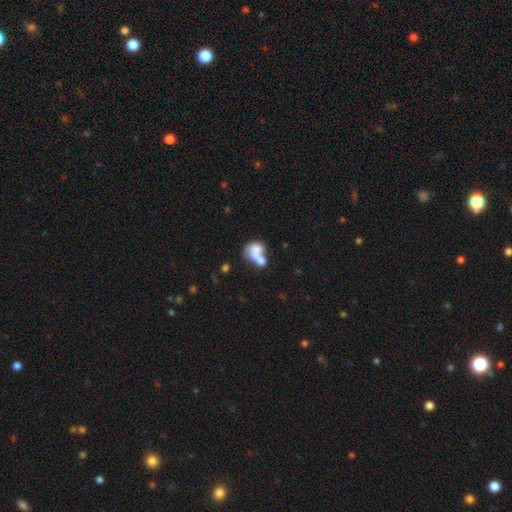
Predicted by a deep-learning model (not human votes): This appears to be a smooth galaxy with no disk features (57%) that is in between round and cigar-shaped (60%). Merging: merger (66%).